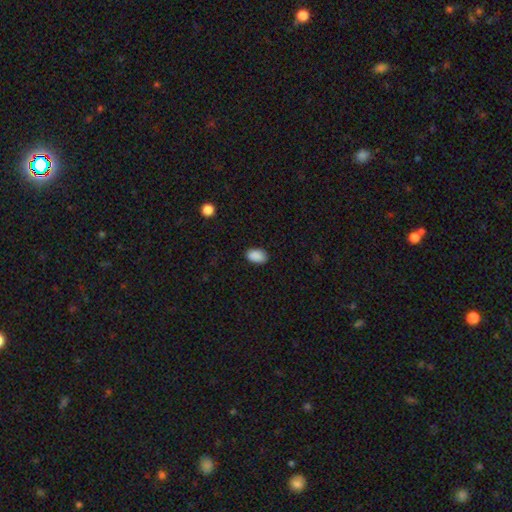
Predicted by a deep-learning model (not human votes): Smooth or featured? smooth (89%)
How rounded? in between (91%)
Merging? none (87%)